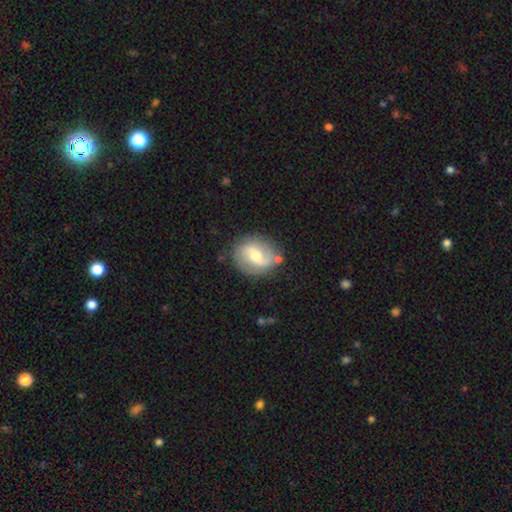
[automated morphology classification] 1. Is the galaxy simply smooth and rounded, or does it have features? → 65% featured or disk, 28% smooth, 6% star or artifact.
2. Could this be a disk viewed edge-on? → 96% no, 4% yes.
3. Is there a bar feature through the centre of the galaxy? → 47% weak, 27% no, 26% strong.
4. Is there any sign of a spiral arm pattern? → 81% yes, 19% no.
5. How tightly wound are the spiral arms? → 43% medium, 32% loose, 25% tight.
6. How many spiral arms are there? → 82% 2, 9% can't tell, 5% 1, 2% 3, 1% 4, 1% more than 4.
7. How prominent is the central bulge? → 67% moderate, 25% small, 6% large, 1% none, 1% dominant.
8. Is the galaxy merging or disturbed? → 76% none, 15% minor disturbance, 5% major disturbance, 4% merger.